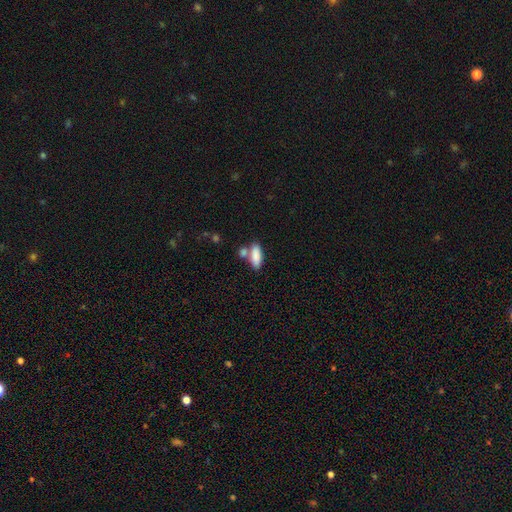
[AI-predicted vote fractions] A smooth galaxy with no disk features (86%) that is in between round and cigar-shaped (74%). Merging: none (57%).